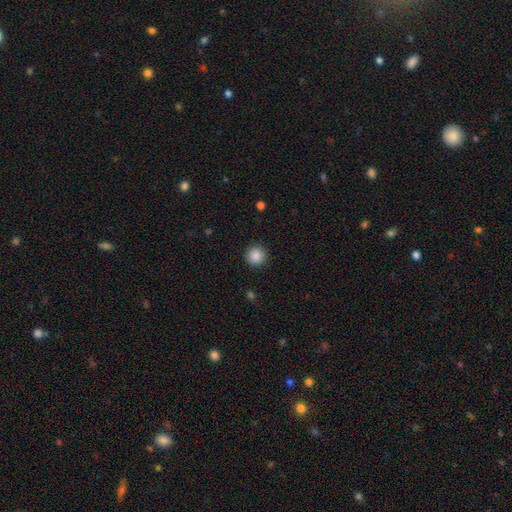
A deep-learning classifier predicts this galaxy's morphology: This is clearly a smooth galaxy (88%). How rounded: clearly round (95%). Merging: clearly none (92%).